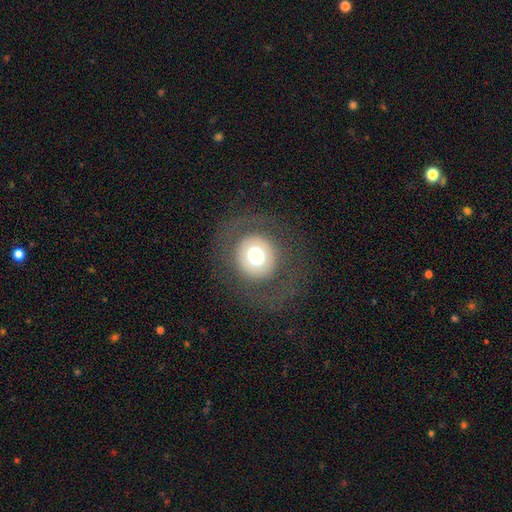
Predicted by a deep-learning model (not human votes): This appears to be a smooth galaxy with no disk features (56%) that is round (85%). Merging: none (81%).